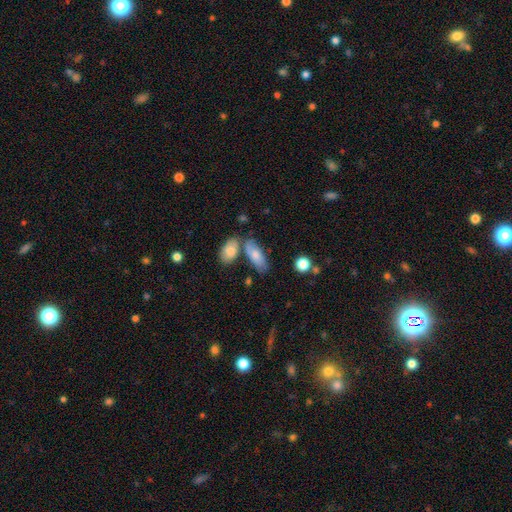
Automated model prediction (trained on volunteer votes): The model was most divided on "merging": none: 58%, merger: 21%, minor disturbance: 16%, major disturbance: 5%. More confident: how rounded — in between (80%); smooth or featured — smooth (74%).